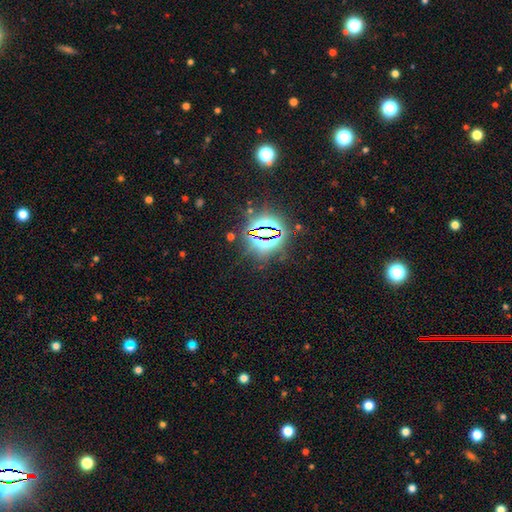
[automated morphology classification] This is clearly a star or artifact rather than a galaxy (83%).